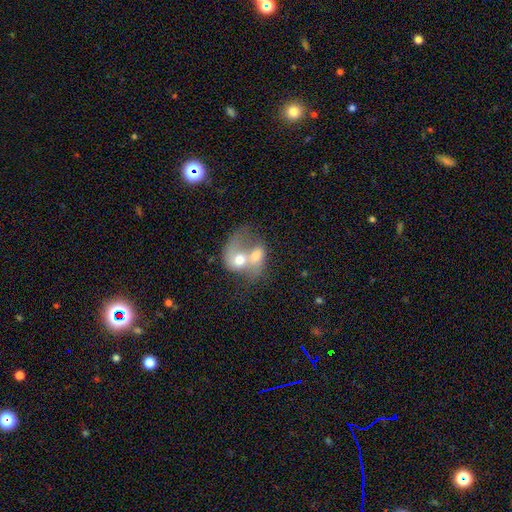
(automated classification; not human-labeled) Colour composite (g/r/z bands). It shows a smooth galaxy with no disk features (48%). Merging: merger (83%).